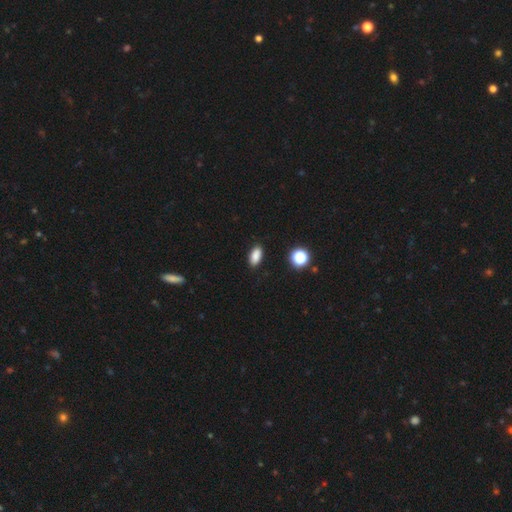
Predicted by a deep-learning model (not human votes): Smooth or featured? Predicted: smooth (p=0.86). How rounded? Predicted: in between (p=0.88). Merging? Predicted: none (p=0.89).